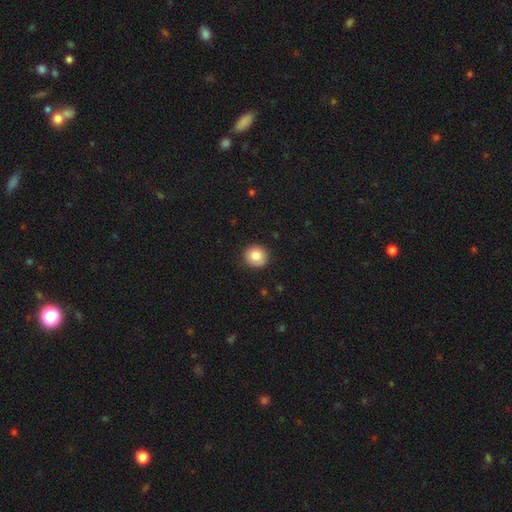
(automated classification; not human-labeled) The model was most divided on "smooth or featured": smooth: 85%, star or artifact: 9%, featured or disk: 6%. More confident: how rounded — round (92%); merging — none (89%).